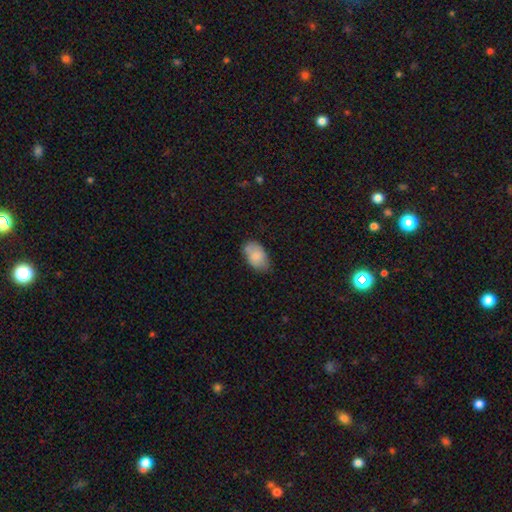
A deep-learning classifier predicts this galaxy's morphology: Smooth or featured: smooth — 79% (featured or disk — 15%)
How rounded: in between — 92% (round — 6%)
Merging: none — 63% (minor disturbance — 27%)